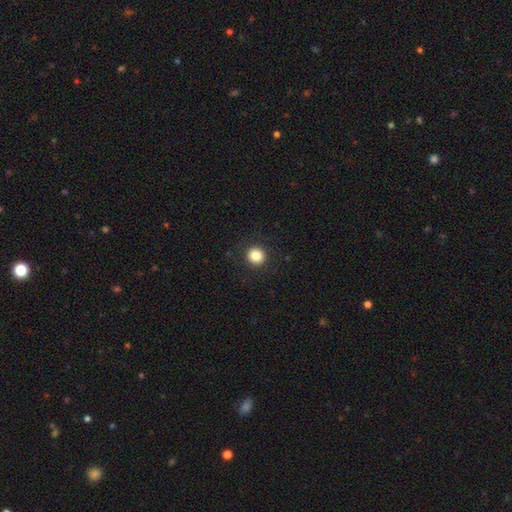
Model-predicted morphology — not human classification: Overall: smooth (85%). How rounded: round (95%). Merging: none (92%).